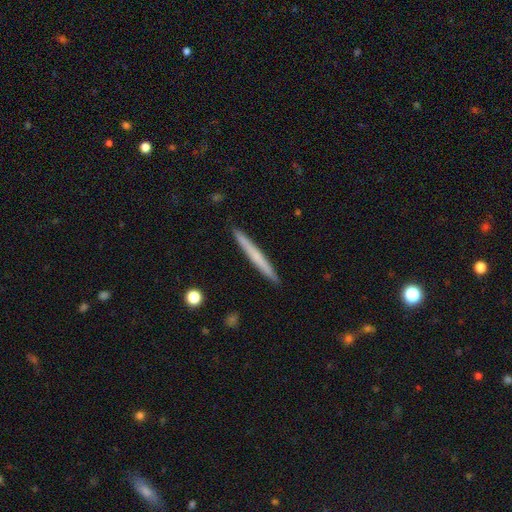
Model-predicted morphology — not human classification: smooth 58%, featured or disk 37%, star or artifact 6%. Down the decision tree: how rounded — cigar-shaped (97%); merging — none (92%).